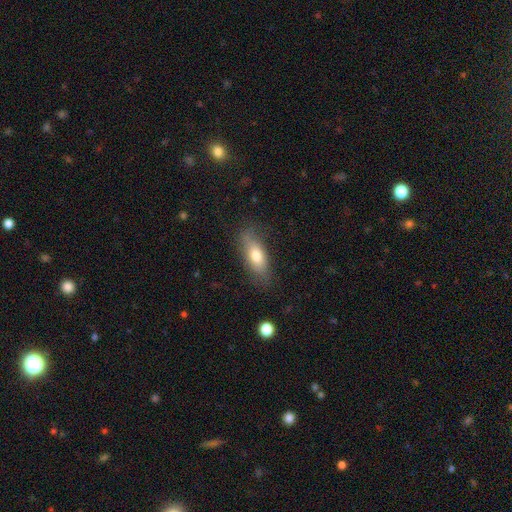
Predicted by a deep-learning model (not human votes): This is likely a smooth galaxy (70%). How rounded: likely in between (75%). Merging: likely none (73%).